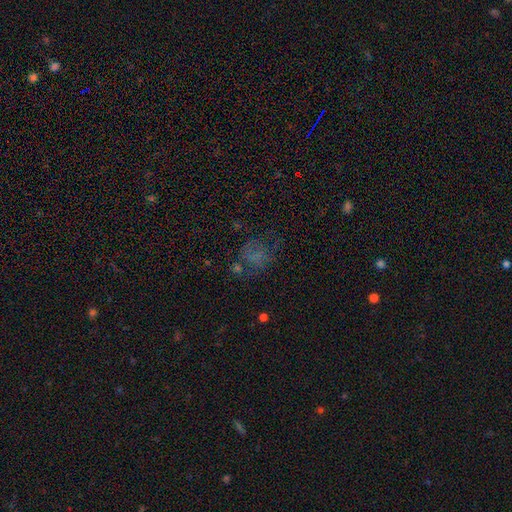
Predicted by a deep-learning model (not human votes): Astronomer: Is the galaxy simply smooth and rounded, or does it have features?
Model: smooth — 43% (runner-up: star or artifact, 29%).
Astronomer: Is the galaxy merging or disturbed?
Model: none — 46% (runner-up: major disturbance, 27%).